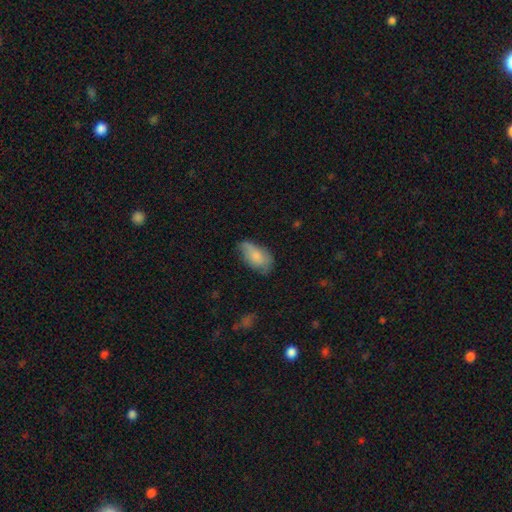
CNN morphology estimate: Q: Smooth or featured?
A: smooth (77%); runner-up: featured or disk (17%)
Q: How rounded?
A: in between (93%); runner-up: round (4%)
Q: Merging?
A: none (50%); runner-up: minor disturbance (38%)